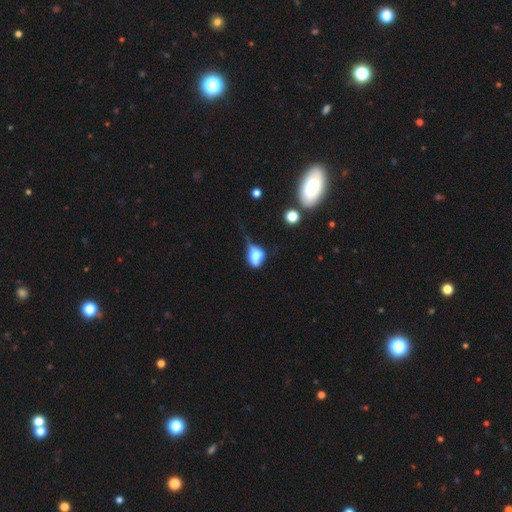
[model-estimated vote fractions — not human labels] A smooth galaxy with no disk features (56%) that is in between round and cigar-shaped (65%).

Vote fractions:
- Smooth or featured? smooth: 56% / featured or disk: 32% / star or artifact: 12%
- How rounded? in between: 65% / round: 31% / cigar-shaped: 4%
- Merging? minor disturbance: 33% / major disturbance: 31% / none: 28% / merger: 9%